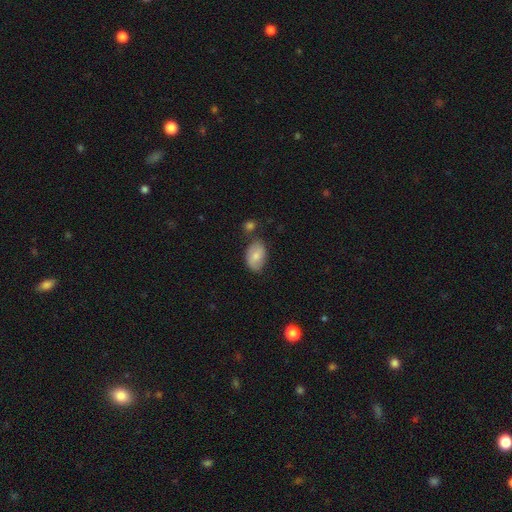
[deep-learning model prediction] smooth_or_featured: smooth (p=0.74) [alt: featured or disk p=0.19]
how_rounded: in between (p=0.90) [alt: round p=0.08]
merging: none (p=0.67) [alt: minor disturbance p=0.20]